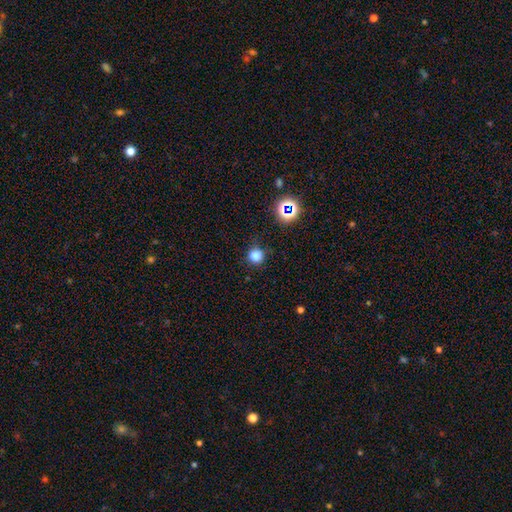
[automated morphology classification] A smooth galaxy with no disk features (78%) that is round (93%).

Vote fractions:
- Smooth or featured? smooth: 78% / star or artifact: 17% / featured or disk: 4%
- How rounded? round: 93% / in between: 6% / cigar-shaped: 1%
- Merging? none: 85% / minor disturbance: 10% / major disturbance: 4% / merger: 2%